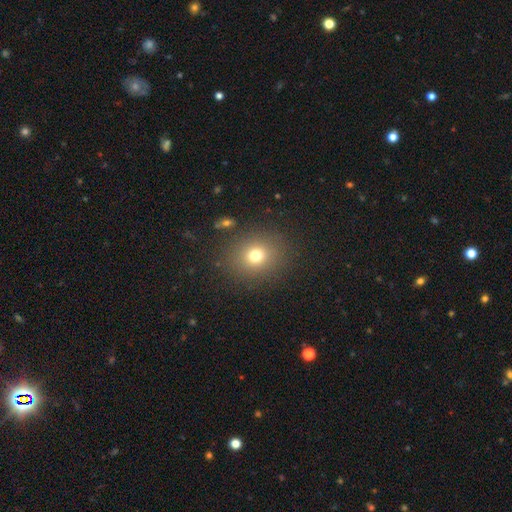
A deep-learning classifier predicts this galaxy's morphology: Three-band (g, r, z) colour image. It shows a smooth galaxy with no disk features (73%) that is round (72%). Merging: none (86%).